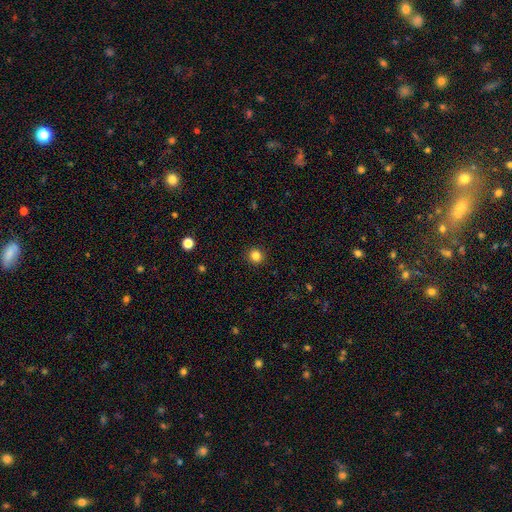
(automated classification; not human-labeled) A smooth galaxy with no disk features (84%) that is round (93%). Merging: none (93%).